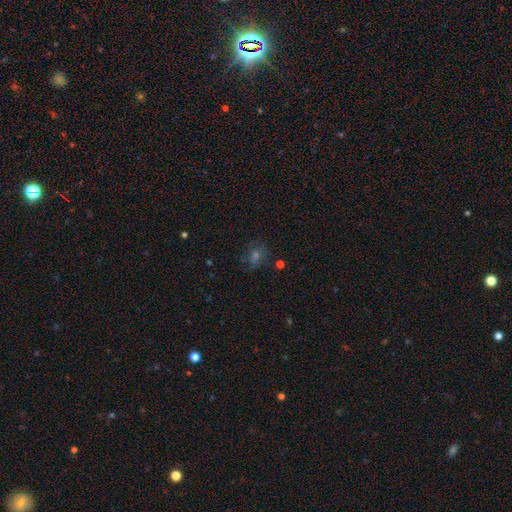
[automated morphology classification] The model was most divided on "smooth or featured": smooth: 43%, star or artifact: 34%, featured or disk: 23%. More confident: merging — none (75%).